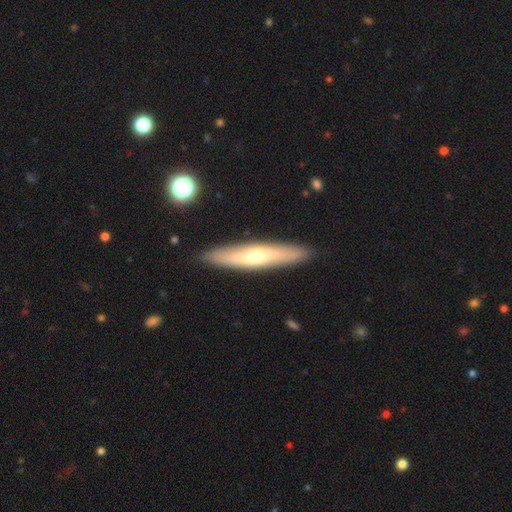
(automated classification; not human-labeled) Morphology: type=smooth (48%); merging=none (89%).